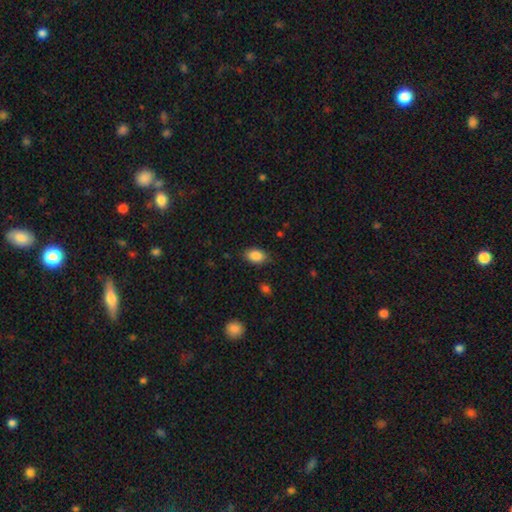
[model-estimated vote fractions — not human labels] This is clearly a smooth galaxy (87%). How rounded: clearly in between (87%). Merging: clearly none (82%).